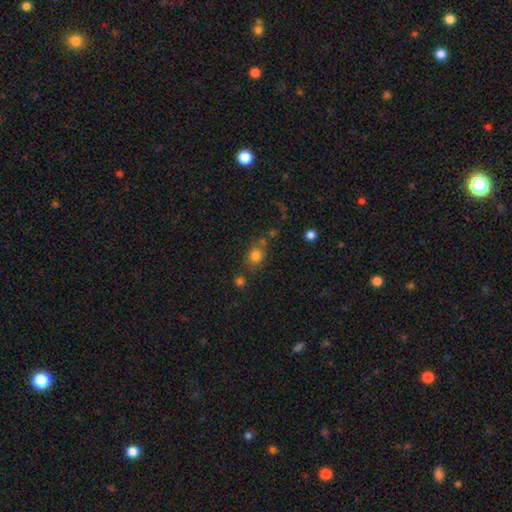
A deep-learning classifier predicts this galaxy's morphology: Smooth or featured: smooth — 78% (star or artifact — 14%)
How rounded: round — 66% (in between — 33%)
Merging: none — 63% (minor disturbance — 15%)